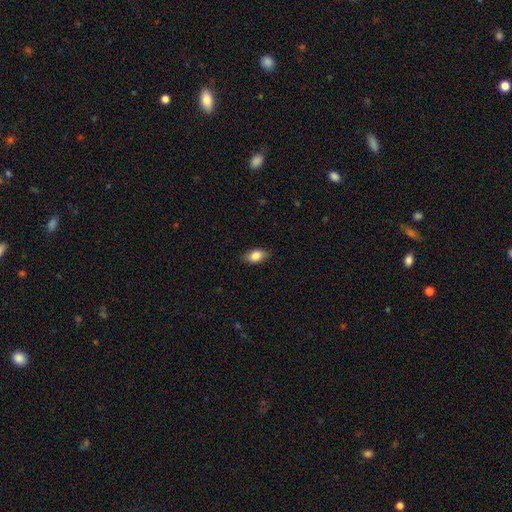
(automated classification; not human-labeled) Q: Smooth or featured?
A: smooth (84%); runner-up: featured or disk (9%)
Q: How rounded?
A: in between (89%); runner-up: round (7%)
Q: Merging?
A: none (86%); runner-up: minor disturbance (10%)